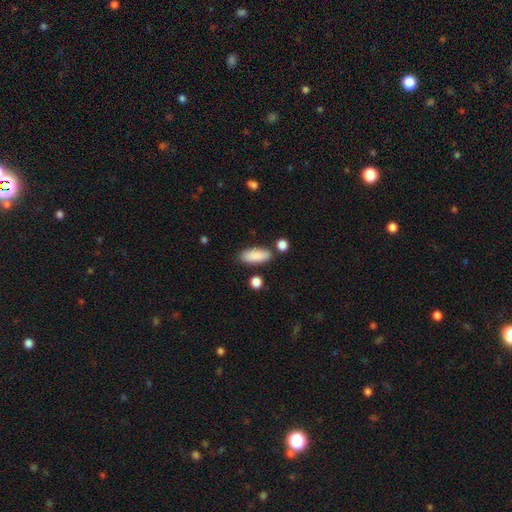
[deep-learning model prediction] The model was most divided on "how rounded": in between: 78%, cigar-shaped: 19%, round: 2%. More confident: smooth or featured — smooth (89%); merging — none (81%).